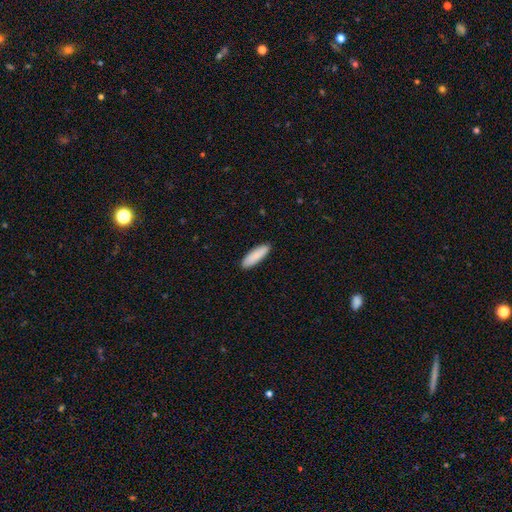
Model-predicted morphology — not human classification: Overall: smooth (89%). How rounded: cigar-shaped (58%; in between 41%). Merging: none (90%).